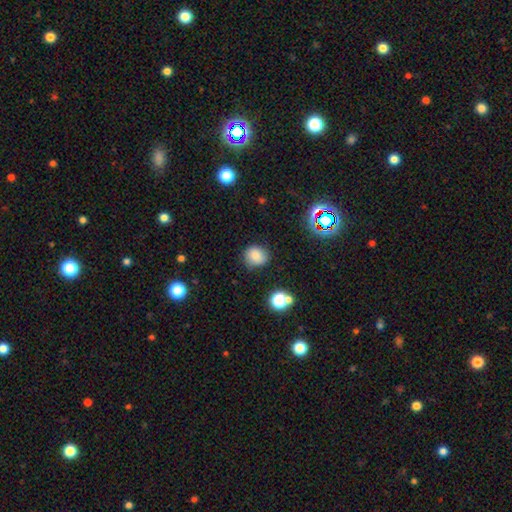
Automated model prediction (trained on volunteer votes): smooth 78%, star or artifact 13%, featured or disk 9%. Down the decision tree: how rounded — round (80%); merging — none (78%).